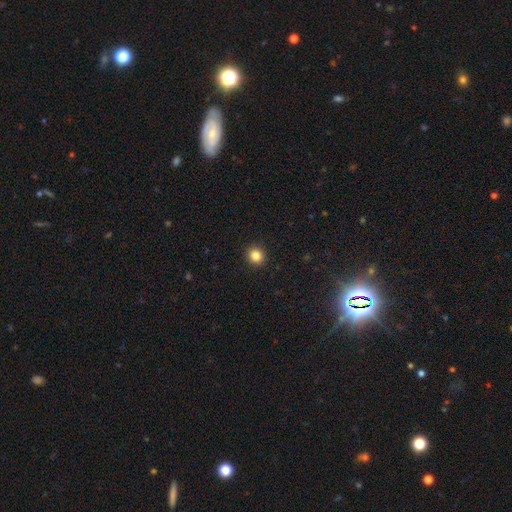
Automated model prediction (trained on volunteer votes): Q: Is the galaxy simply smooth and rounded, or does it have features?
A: smooth — 85%.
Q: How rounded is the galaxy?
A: round — 90%.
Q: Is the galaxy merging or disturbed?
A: none — 92%.